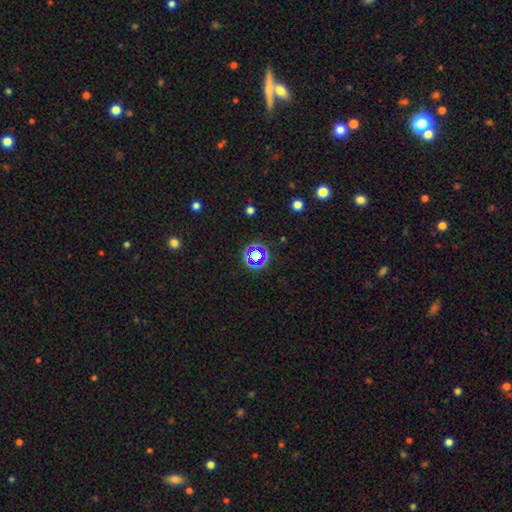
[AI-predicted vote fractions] Morphology: type=star or artifact (60%).